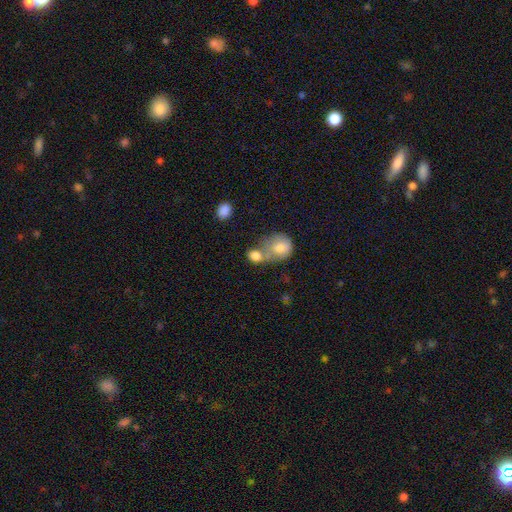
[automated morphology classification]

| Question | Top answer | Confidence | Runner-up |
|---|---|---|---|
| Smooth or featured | smooth | 80% | featured or disk (12%) |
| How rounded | round | 52% | in between (46%) |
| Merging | merger | 56% | none (28%) |